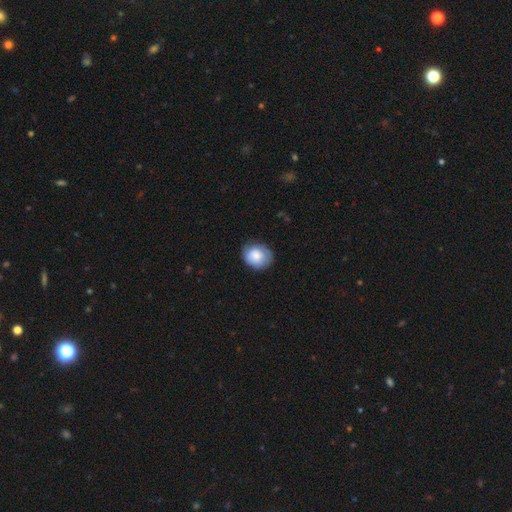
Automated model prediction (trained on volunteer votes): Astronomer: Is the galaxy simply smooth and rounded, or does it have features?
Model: smooth — 78%.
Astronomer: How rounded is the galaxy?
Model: round — 61% (runner-up: in between, 38%).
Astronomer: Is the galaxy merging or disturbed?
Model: none — 74%.